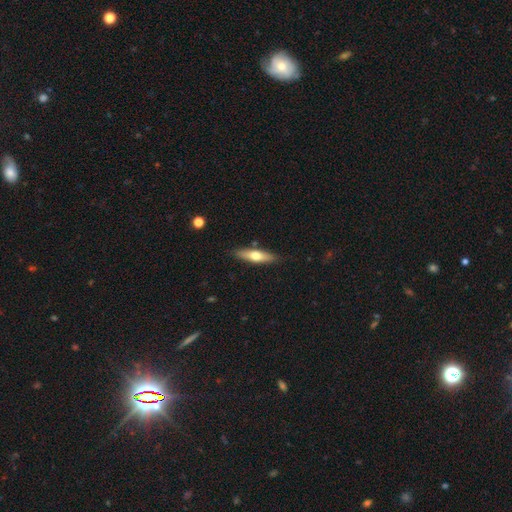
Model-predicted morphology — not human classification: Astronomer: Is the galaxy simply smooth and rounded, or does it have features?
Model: smooth — 54% (runner-up: featured or disk, 41%).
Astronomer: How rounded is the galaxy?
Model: cigar-shaped — 69%.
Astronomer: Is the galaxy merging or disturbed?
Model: none — 86%.